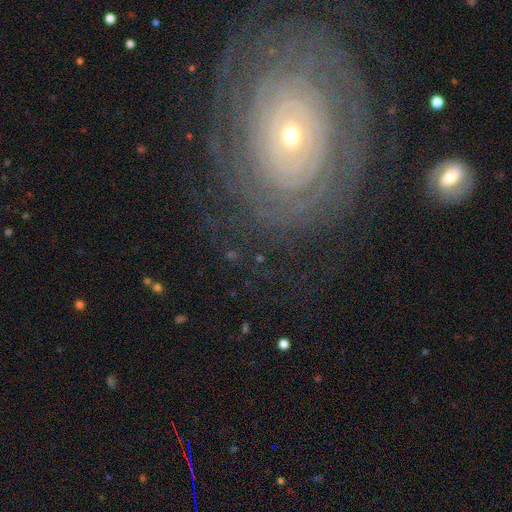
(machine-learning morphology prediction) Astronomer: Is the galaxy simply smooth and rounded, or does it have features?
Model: featured or disk — 76%.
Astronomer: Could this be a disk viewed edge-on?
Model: no — 95%.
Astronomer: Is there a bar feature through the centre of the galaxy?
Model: no — 84%.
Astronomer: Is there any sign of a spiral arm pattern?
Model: yes — 82%.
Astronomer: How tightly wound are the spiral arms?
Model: tight — 83%.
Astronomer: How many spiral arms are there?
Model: can't tell — 48%.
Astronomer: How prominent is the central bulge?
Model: small — 72%.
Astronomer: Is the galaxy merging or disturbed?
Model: none — 78%.